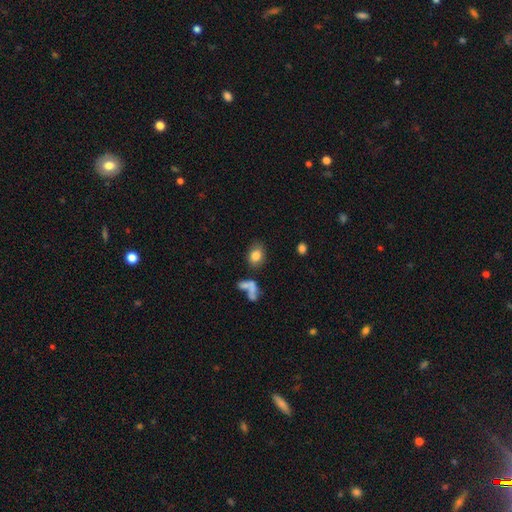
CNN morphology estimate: smooth_or_featured: smooth (p=0.80) [alt: featured or disk p=0.10]
how_rounded: in between (p=0.65) [alt: round p=0.34]
merging: none (p=0.69) [alt: minor disturbance p=0.15]